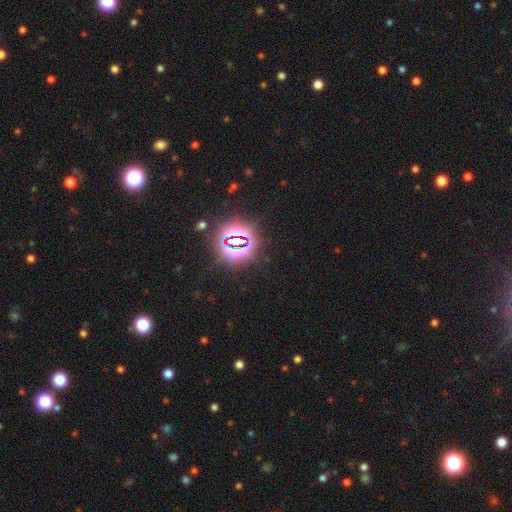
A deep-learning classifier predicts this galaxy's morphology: smooth_or_featured: star or artifact (p=0.83) [alt: smooth p=0.11]